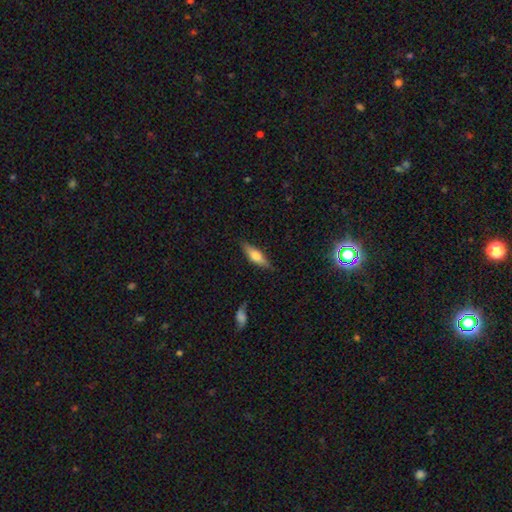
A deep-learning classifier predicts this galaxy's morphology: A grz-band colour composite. It shows a smooth galaxy with no disk features (56%) that is cigar-shaped (50%). Merging: none (82%).